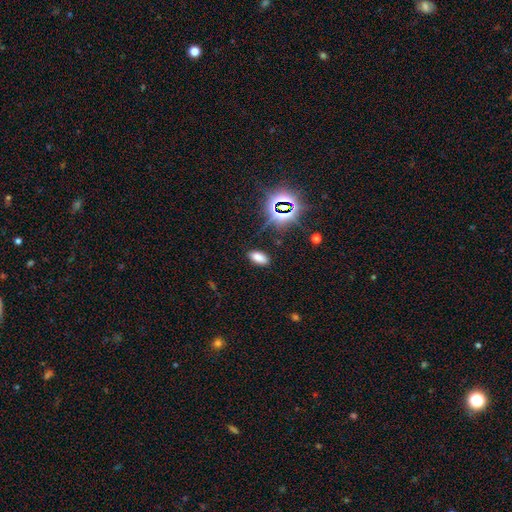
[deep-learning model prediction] smooth-or-featured: smooth: 72% | star or artifact: 22% | featured or disk: 6%
  how-rounded: in between: 89% | cigar-shaped: 7% | round: 4%
  merging: none: 86% | minor disturbance: 9% | major disturbance: 3% | merger: 2%